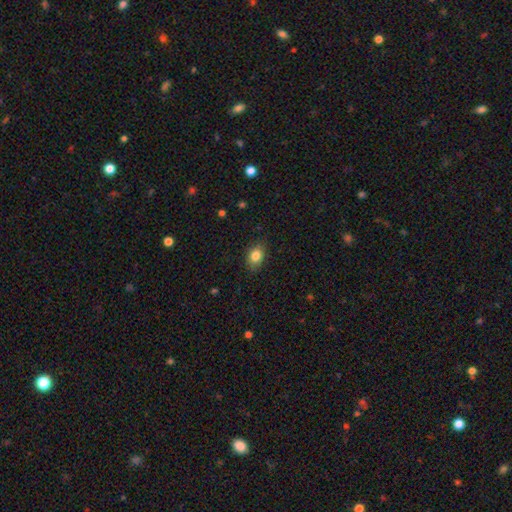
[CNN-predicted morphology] smooth-or-featured: smooth: 83% | star or artifact: 9% | featured or disk: 8%
  how-rounded: in between: 73% | round: 25% | cigar-shaped: 2%
  merging: none: 83% | minor disturbance: 13% | major disturbance: 3% | merger: 1%